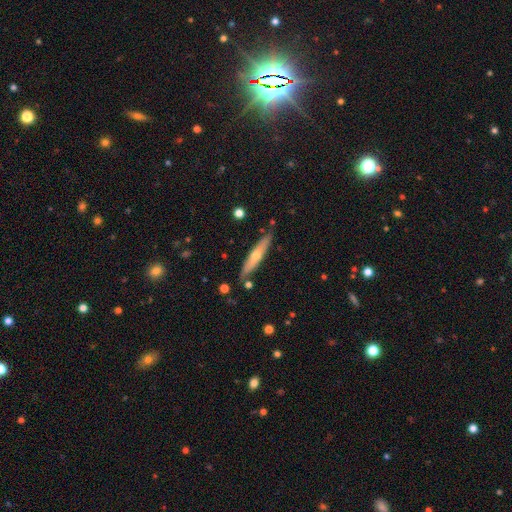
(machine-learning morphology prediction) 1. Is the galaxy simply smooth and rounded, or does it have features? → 53% featured or disk, 41% smooth, 6% star or artifact.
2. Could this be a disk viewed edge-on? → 88% yes, 12% no.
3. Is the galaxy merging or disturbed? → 83% none, 12% minor disturbance, 3% merger, 2% major disturbance.